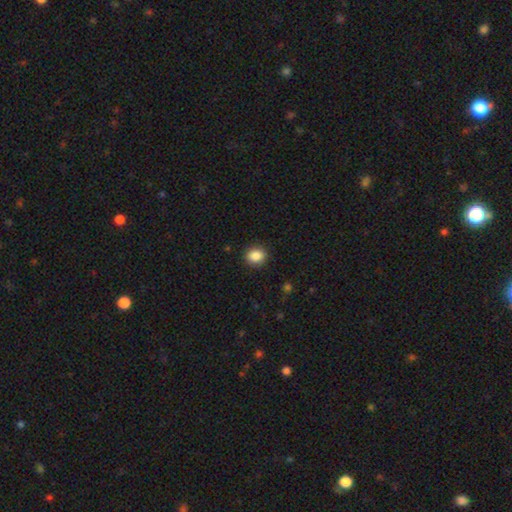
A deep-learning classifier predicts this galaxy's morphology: Q: Smooth or featured?
A: smooth (87%); runner-up: star or artifact (9%)
Q: How rounded?
A: round (66%); runner-up: in between (33%)
Q: Merging?
A: none (90%); runner-up: minor disturbance (7%)